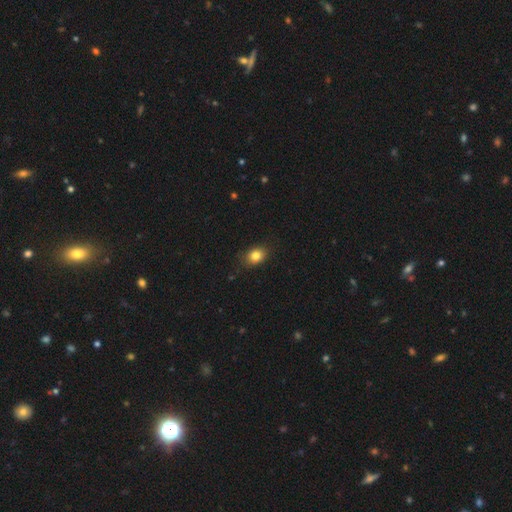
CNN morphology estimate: type=smooth (82%); roundness=in between (61%); merging=none (80%).